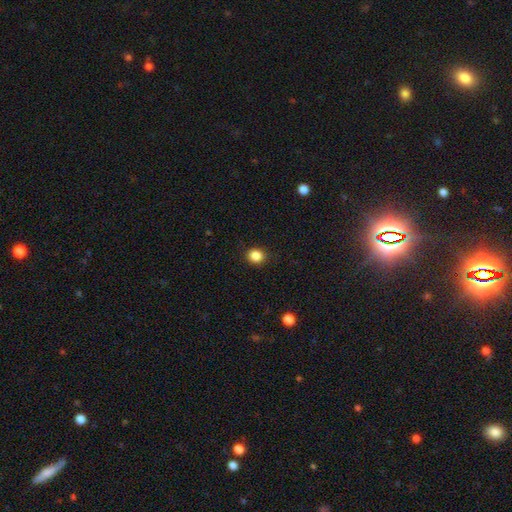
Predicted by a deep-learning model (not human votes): Smooth or featured: smooth — 86% (star or artifact — 11%)
How rounded: round — 79% (in between — 20%)
Merging: none — 90% (minor disturbance — 7%)